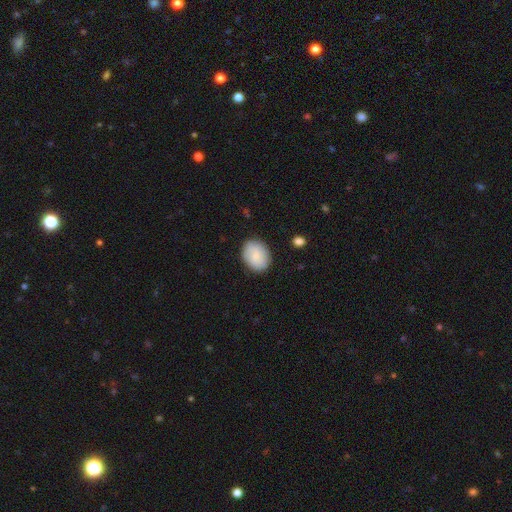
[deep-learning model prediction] Smooth or featured? Predicted: smooth (p=0.76). How rounded? Predicted: in between (p=0.59). Merging? Predicted: none (p=0.83).